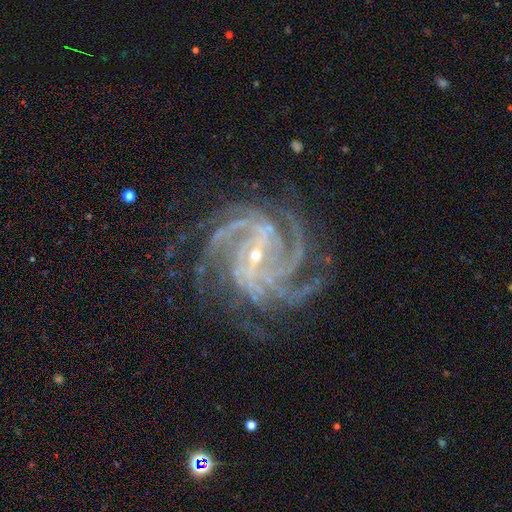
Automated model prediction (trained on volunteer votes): This is clearly a featured or disk galaxy (92%). It is clearly not viewed edge-on (98%). Bar: marginally strong (41%). Spiral arm pattern: clearly yes (99%). Spiral arm count: marginally 4 (39%). Spiral winding: possibly tight (58%). Central bulge: likely small (79%). Merging: likely none (74%).